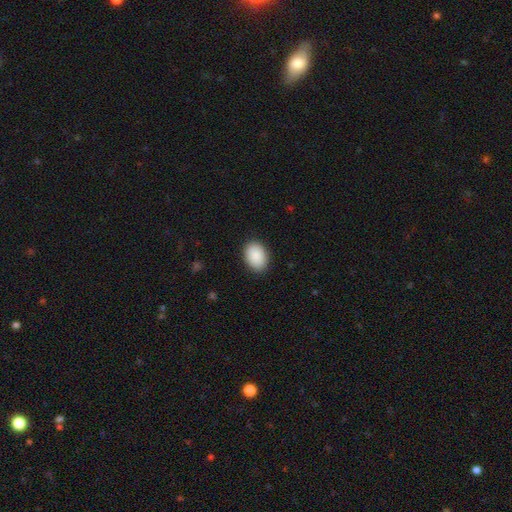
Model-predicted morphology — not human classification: Smooth or featured?
  - smooth: 91% *
  - star or artifact: 6%
  - featured or disk: 3%
How rounded?
  - in between: 83% *
  - round: 16%
  - cigar-shaped: 1%
Merging?
  - none: 89% *
  - minor disturbance: 8%
  - major disturbance: 2%
  - merger: 1%